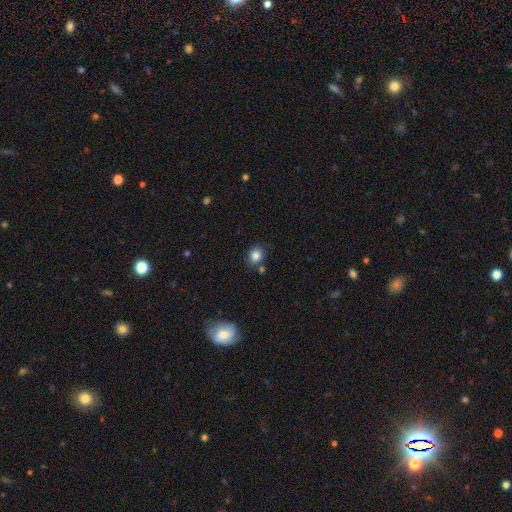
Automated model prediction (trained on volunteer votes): A smooth galaxy with no disk features (84%) that is round (71%). Merging: none (77%).